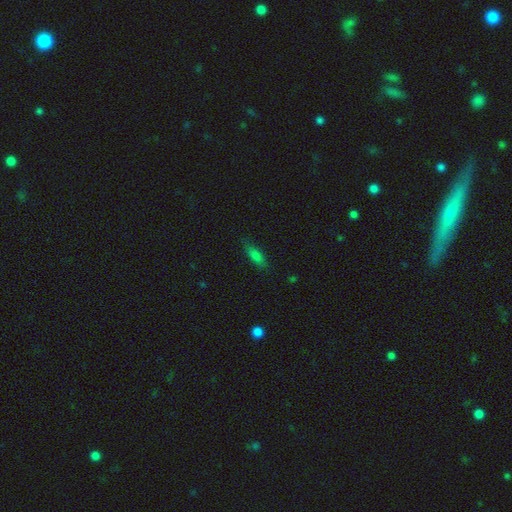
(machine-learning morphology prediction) The model was most divided on "how rounded": in between: 53%, cigar-shaped: 44%, round: 3%. More confident: merging — none (79%); smooth or featured — smooth (75%).